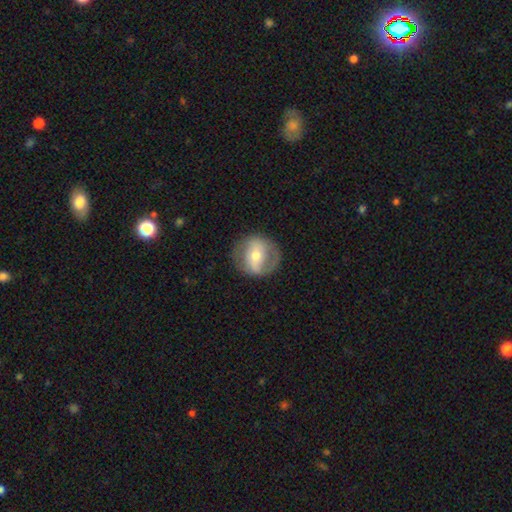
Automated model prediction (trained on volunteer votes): smooth_or_featured: featured or disk (p=0.58) [alt: smooth p=0.35]
disk_edge_on: no (p=0.94) [alt: yes p=0.06]
bar: strong (p=0.39) [alt: weak p=0.35]
has_spiral_arms: yes (p=0.57) [alt: no p=0.43]
bulge_size: moderate (p=0.61) [alt: small p=0.32]
merging: none (p=0.78) [alt: minor disturbance p=0.14]